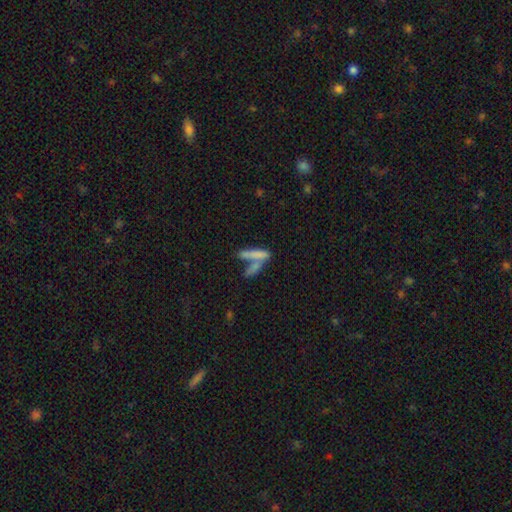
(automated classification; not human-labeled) A smooth galaxy with no disk features (71%) that is cigar-shaped (78%).

Vote fractions:
- Smooth or featured? smooth: 71% / featured or disk: 20% / star or artifact: 9%
- How rounded? cigar-shaped: 78% / in between: 19% / round: 3%
- Merging? merger: 47% / none: 38% / minor disturbance: 10% / major disturbance: 6%